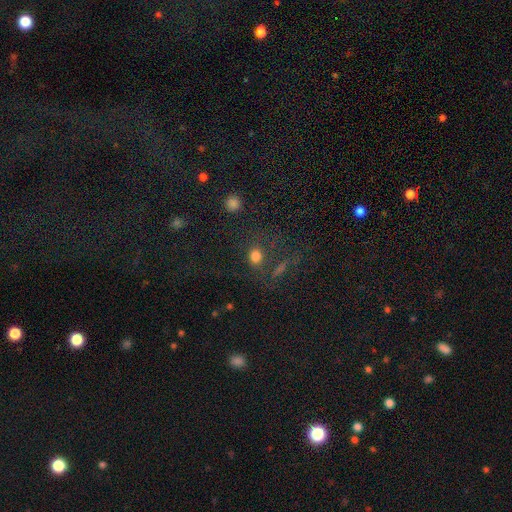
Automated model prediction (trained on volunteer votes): Overall: smooth (77%). How rounded: round (64%; in between 34%). Merging: none (75%).